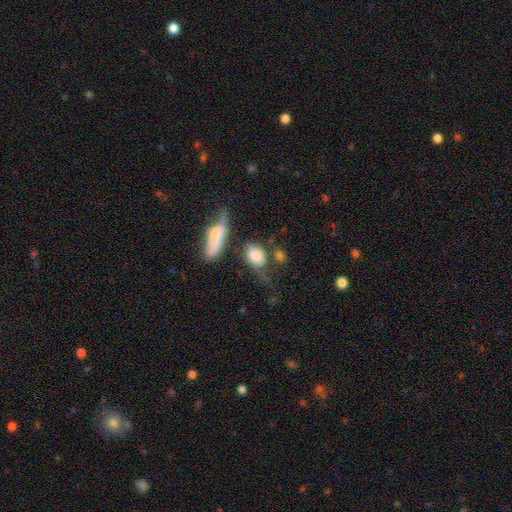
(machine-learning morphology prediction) type=smooth (78%); roundness=in between (77%); merging=none (34%).